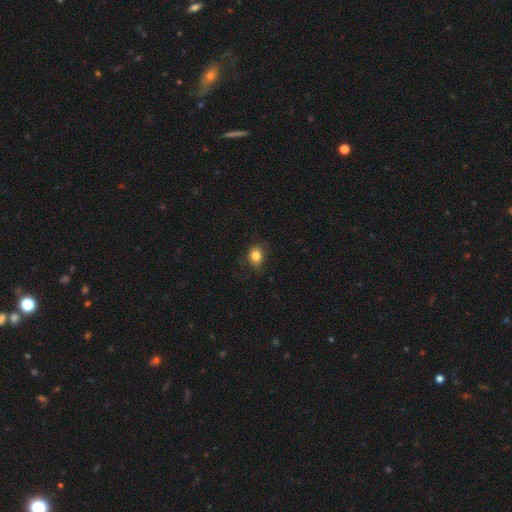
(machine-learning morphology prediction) Smooth or featured? smooth (83%)
How rounded? round (53%)
Merging? none (82%)